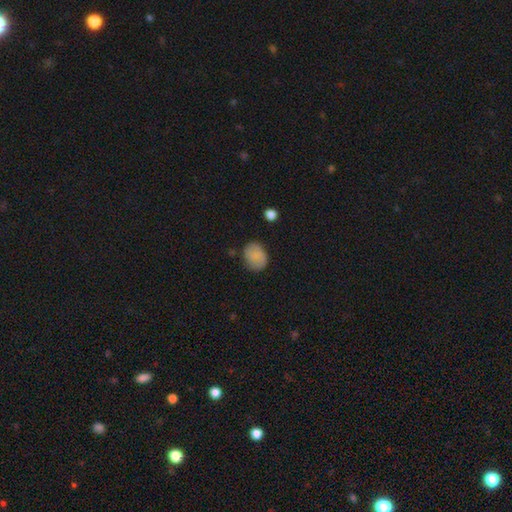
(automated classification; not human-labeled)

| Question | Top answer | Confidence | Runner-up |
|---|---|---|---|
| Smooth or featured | smooth | 81% | featured or disk (10%) |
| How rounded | round | 50% | in between (49%) |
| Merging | none | 74% | minor disturbance (19%) |